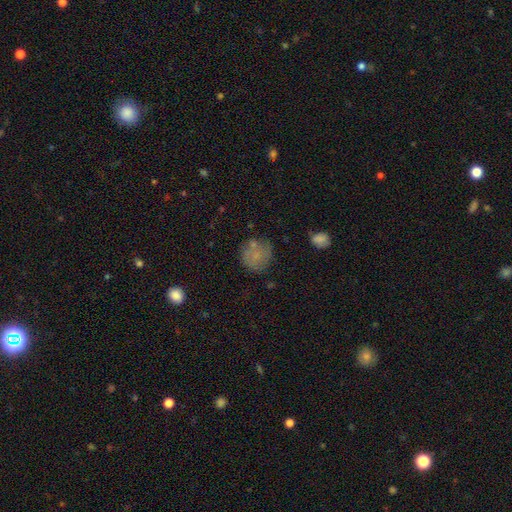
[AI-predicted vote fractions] The model was most divided on "smooth or featured": smooth: 67%, featured or disk: 20%, star or artifact: 13%. More confident: how rounded — round (87%); merging — none (68%).